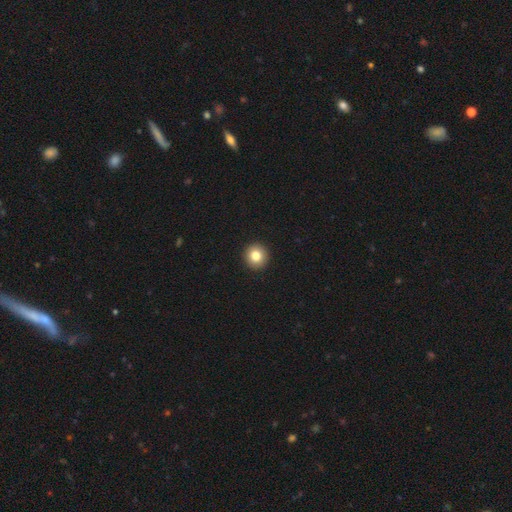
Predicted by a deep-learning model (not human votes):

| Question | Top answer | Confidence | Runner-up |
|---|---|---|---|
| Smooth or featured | smooth | 82% | star or artifact (10%) |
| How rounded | round | 94% | in between (5%) |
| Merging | none | 94% | minor disturbance (4%) |